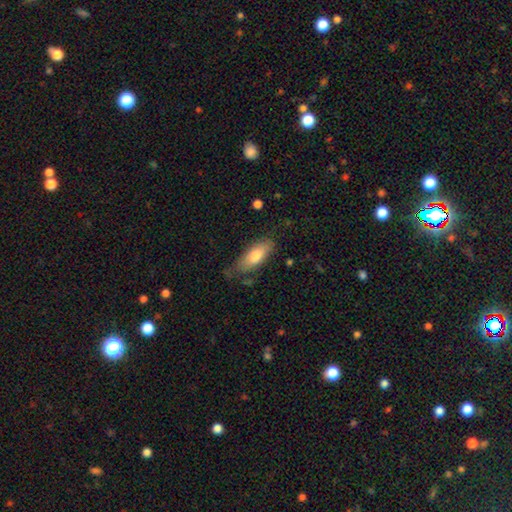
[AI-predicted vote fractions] The model was most divided on "merging": none: 67%, minor disturbance: 25%, major disturbance: 6%, merger: 2%. More confident: smooth or featured — smooth (76%); how rounded — in between (74%).